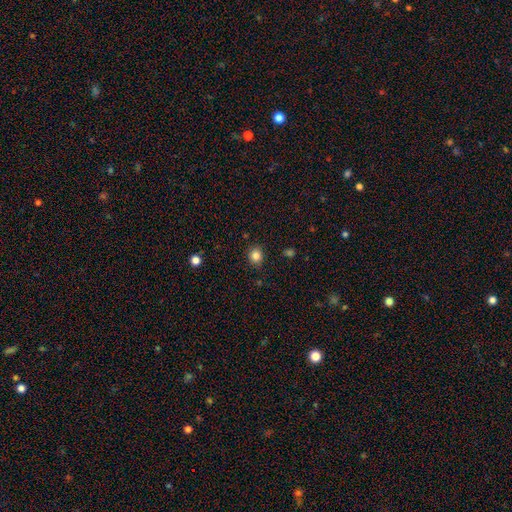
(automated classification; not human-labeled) Smooth or featured? Predicted: smooth (p=0.84). How rounded? Predicted: round (p=0.77). Merging? Predicted: none (p=0.87).